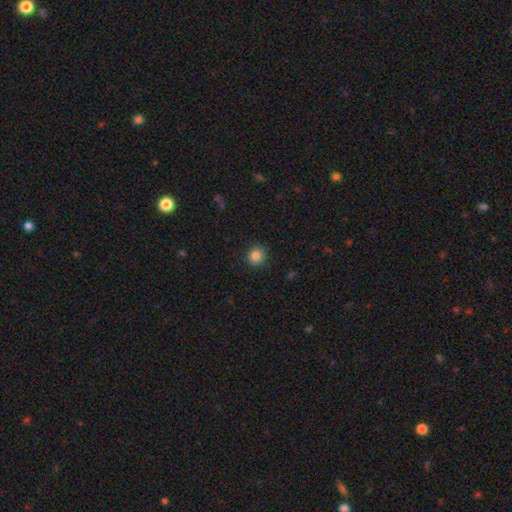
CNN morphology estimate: smooth_or_featured: smooth (p=0.84) [alt: star or artifact p=0.10]
how_rounded: round (p=0.91) [alt: in between p=0.08]
merging: none (p=0.89) [alt: minor disturbance p=0.08]